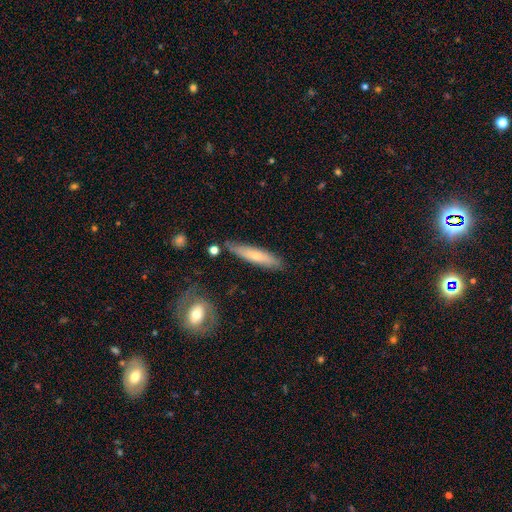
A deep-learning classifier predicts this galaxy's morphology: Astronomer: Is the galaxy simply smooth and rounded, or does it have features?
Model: smooth — 61%.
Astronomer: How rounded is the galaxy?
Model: cigar-shaped — 85%.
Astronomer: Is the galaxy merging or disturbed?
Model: none — 79%.